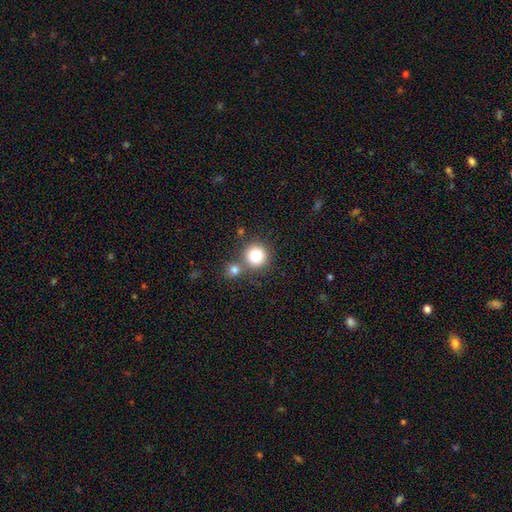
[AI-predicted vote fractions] This is clearly a smooth galaxy (83%). How rounded: clearly round (93%). Merging: likely none (70%).